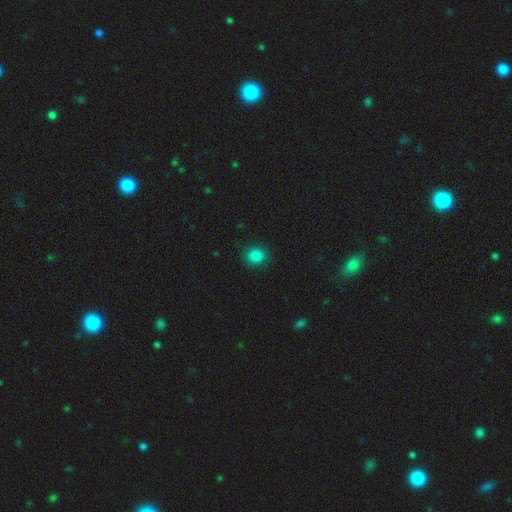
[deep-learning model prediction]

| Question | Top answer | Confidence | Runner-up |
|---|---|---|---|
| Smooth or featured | smooth | 84% | star or artifact (12%) |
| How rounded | round | 74% | in between (25%) |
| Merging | none | 89% | minor disturbance (8%) |